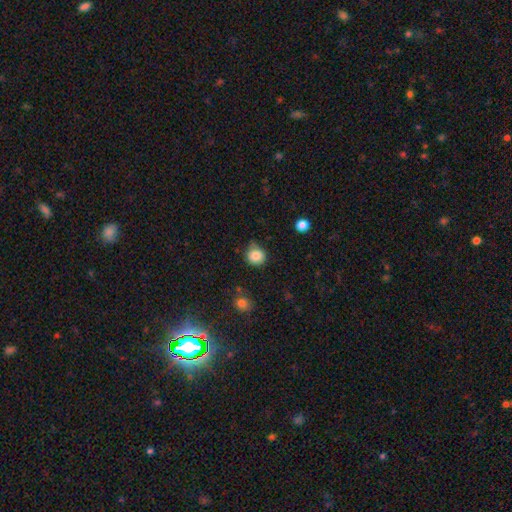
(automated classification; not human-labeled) Smooth or featured? Predicted: smooth (p=0.85). How rounded? Predicted: round (p=0.88). Merging? Predicted: none (p=0.69).